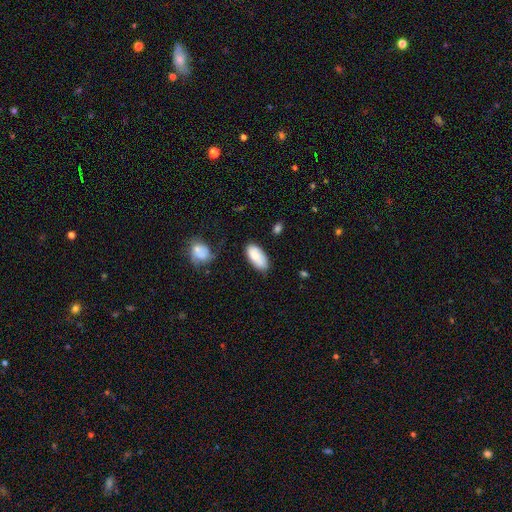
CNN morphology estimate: Smooth or featured? smooth (79%)
How rounded? in between (93%)
Merging? none (71%)